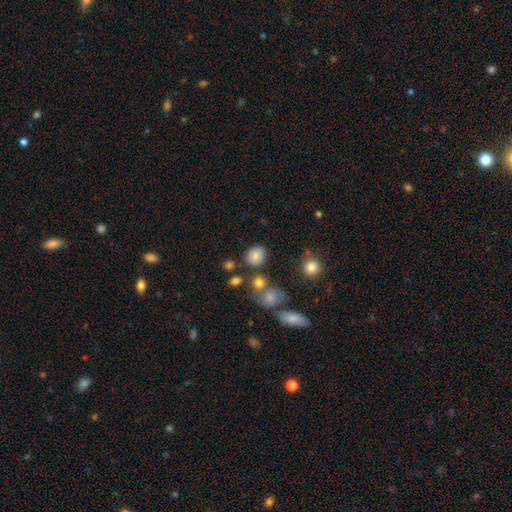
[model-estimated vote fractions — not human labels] This appears to be a smooth galaxy with no disk features (81%) that is round (61%). Merging: none (77%).